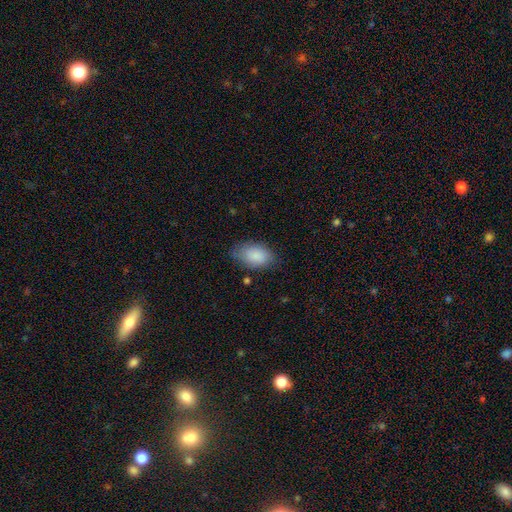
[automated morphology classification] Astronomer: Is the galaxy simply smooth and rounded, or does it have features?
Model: smooth — 86%.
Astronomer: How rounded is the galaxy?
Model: in between — 91%.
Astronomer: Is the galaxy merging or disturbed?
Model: none — 73%.